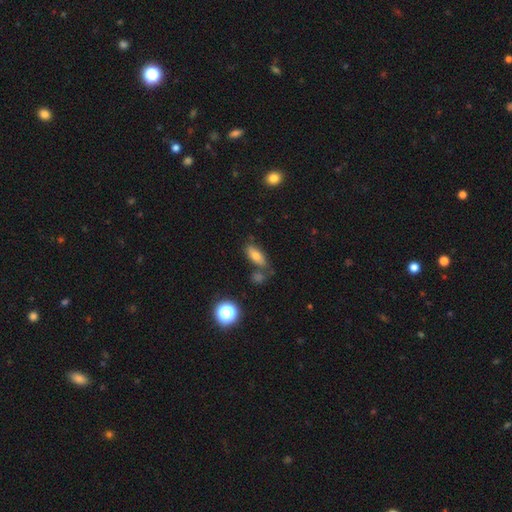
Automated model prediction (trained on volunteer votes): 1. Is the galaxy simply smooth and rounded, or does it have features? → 72% smooth, 17% featured or disk, 12% star or artifact.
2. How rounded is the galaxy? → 72% in between, 23% cigar-shaped, 5% round.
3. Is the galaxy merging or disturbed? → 64% none, 17% minor disturbance, 13% merger, 6% major disturbance.